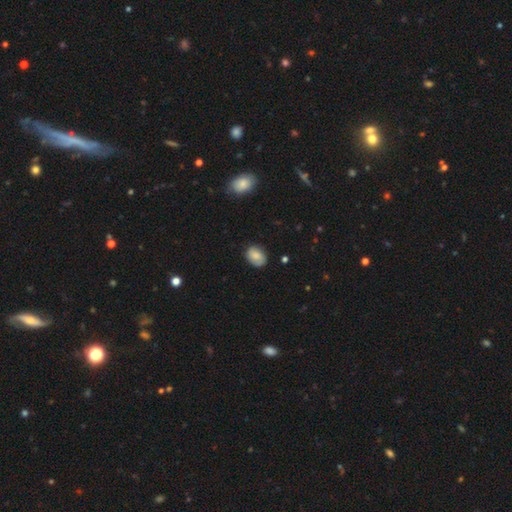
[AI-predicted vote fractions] smooth-or-featured: smooth: 75% | featured or disk: 17% | star or artifact: 8%
  how-rounded: in between: 73% | round: 25% | cigar-shaped: 1%
  merging: none: 79% | minor disturbance: 16% | major disturbance: 3% | merger: 1%